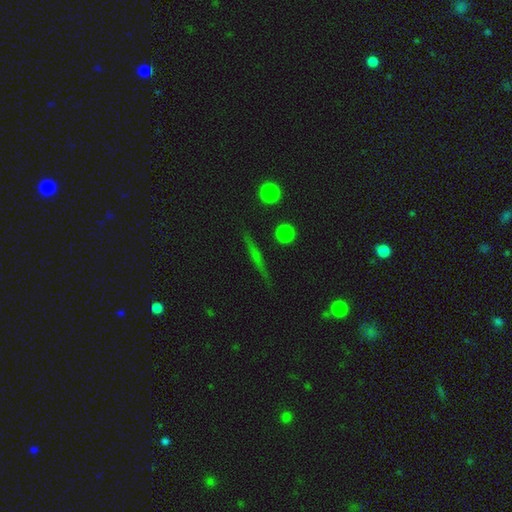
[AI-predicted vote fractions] A featured or disk galaxy (43%). Merging: none (88%).